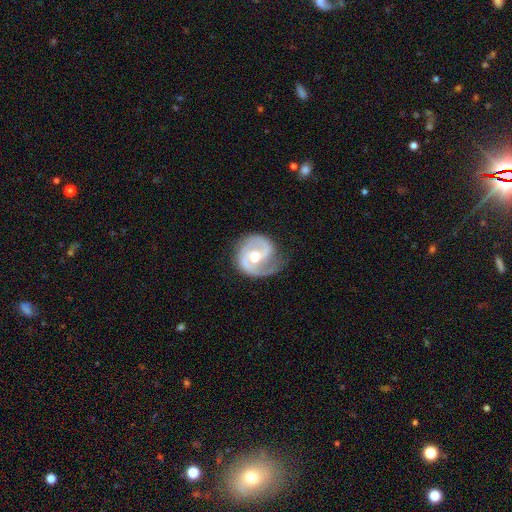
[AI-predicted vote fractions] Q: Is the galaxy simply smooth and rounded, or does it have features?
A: featured or disk — 90%.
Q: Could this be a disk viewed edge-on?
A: no — 98%.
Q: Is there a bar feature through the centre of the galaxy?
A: weak — 45%.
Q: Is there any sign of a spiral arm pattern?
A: yes — 97%.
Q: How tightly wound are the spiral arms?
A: medium — 51%.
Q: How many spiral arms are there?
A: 2 — 86%.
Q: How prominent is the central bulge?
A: moderate — 68%.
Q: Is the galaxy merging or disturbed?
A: none — 69%.